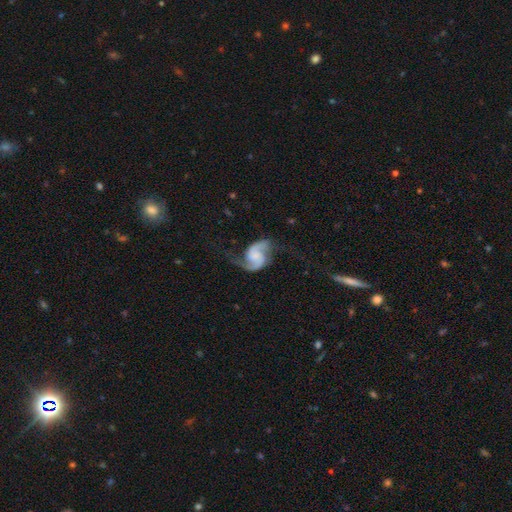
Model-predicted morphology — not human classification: Q: Smooth or featured?
A: featured or disk (88%); runner-up: smooth (7%)
Q: Edge-on disk?
A: no (98%); runner-up: yes (2%)
Q: Bar?
A: no (61%); runner-up: weak (31%)
Q: Spiral arms?
A: yes (97%); runner-up: no (3%)
Q: Spiral winding?
A: loose (48%); runner-up: medium (41%)
Q: Spiral arm count?
A: 2 (93%); runner-up: 1 (2%)
Q: Bulge size?
A: none (50%); runner-up: small (22%)
Q: Merging?
A: none (63%); runner-up: minor disturbance (19%)